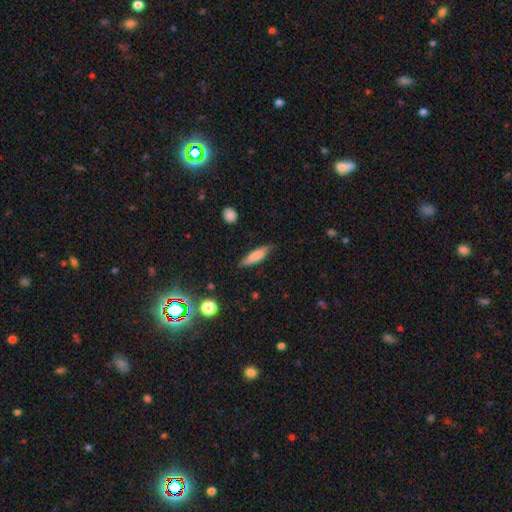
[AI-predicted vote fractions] smooth 76%, featured or disk 17%, star or artifact 7%. Down the decision tree: how rounded — cigar-shaped (66%); merging — none (79%).